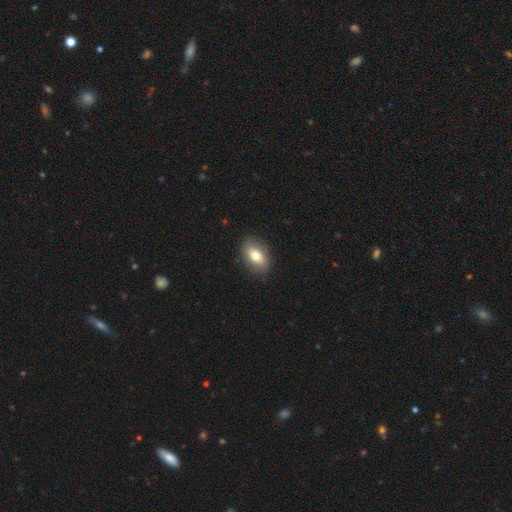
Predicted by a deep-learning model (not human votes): Smooth or featured?
  - smooth: 76% *
  - featured or disk: 17%
  - star or artifact: 8%
How rounded?
  - in between: 86% *
  - round: 12%
  - cigar-shaped: 2%
Merging?
  - none: 86% *
  - minor disturbance: 11%
  - major disturbance: 3%
  - merger: 1%